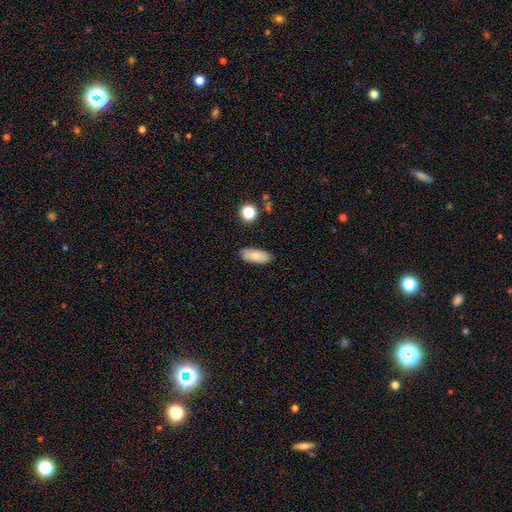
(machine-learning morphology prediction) Smooth or featured? Predicted: smooth (p=0.79). How rounded? Predicted: in between (p=0.82). Merging? Predicted: none (p=0.86).